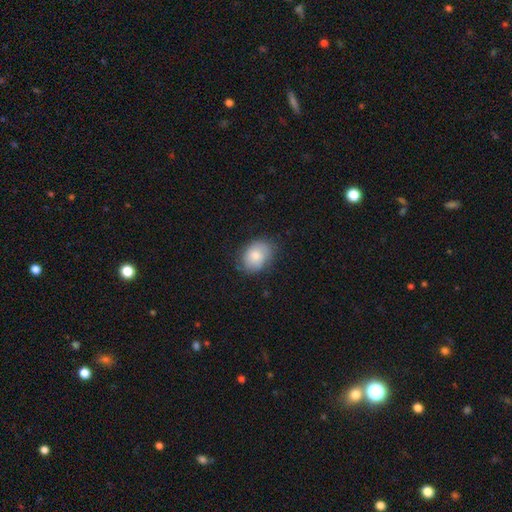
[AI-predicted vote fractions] This appears to be a smooth galaxy with no disk features (69%) that is in between round and cigar-shaped (65%). Merging: none (69%).